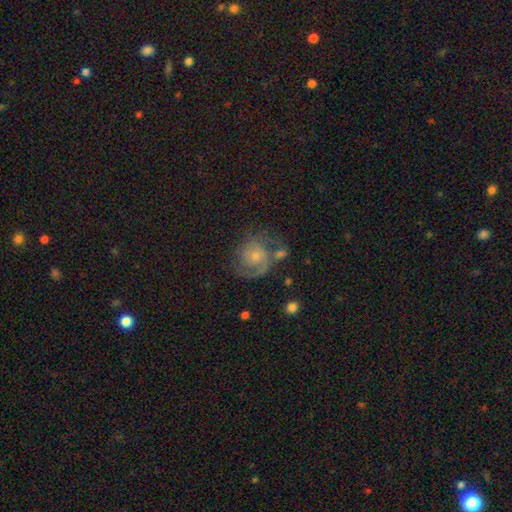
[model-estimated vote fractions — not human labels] Smooth or featured? featured or disk (71%)
Edge-on disk? no (98%)
Bar? no (76%)
Spiral arms? yes (91%)
Spiral winding? tight (45%)
Spiral arm count? 2 (56%)
Bulge size? small (55%)
Merging? none (60%)